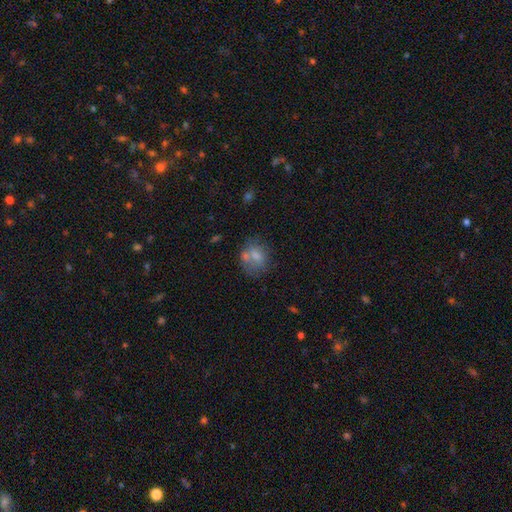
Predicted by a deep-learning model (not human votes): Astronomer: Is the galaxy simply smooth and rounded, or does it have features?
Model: smooth — 68%.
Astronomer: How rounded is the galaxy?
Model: round — 54% (runner-up: in between, 44%).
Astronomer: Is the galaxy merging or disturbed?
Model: none — 49%.